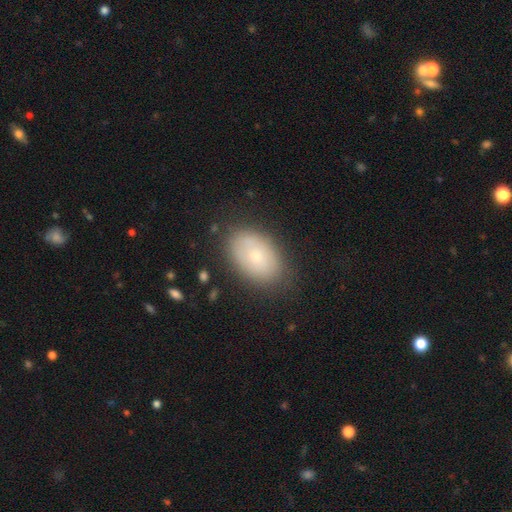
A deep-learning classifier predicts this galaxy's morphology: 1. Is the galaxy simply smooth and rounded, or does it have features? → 68% smooth, 24% featured or disk, 8% star or artifact.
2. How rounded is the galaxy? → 88% in between, 11% round, 1% cigar-shaped.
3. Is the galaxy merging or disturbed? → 79% none, 16% minor disturbance, 4% major disturbance, 2% merger.